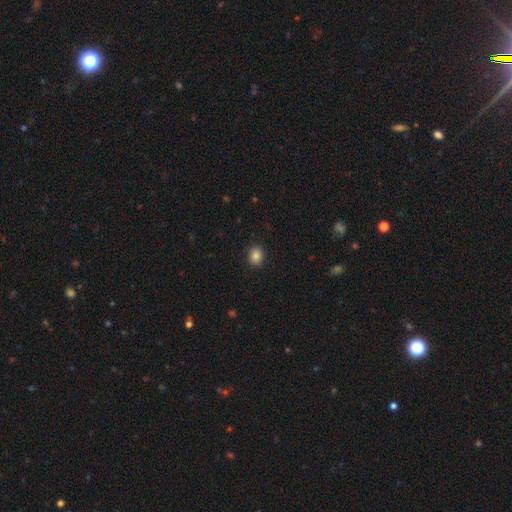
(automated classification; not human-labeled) A smooth galaxy with no disk features (85%) that is round (55%).

Vote fractions:
- Smooth or featured? smooth: 85% / star or artifact: 10% / featured or disk: 5%
- How rounded? round: 55% / in between: 44% / cigar-shaped: 1%
- Merging? none: 90% / minor disturbance: 7% / major disturbance: 2% / merger: 1%